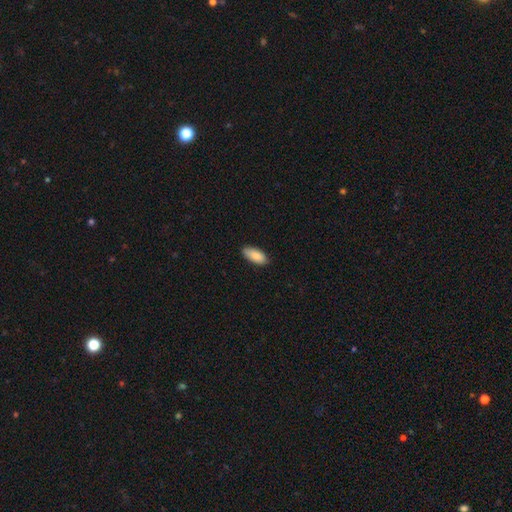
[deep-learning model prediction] Smooth or featured: smooth — 87% (featured or disk — 7%)
How rounded: in between — 89% (cigar-shaped — 9%)
Merging: none — 86% (minor disturbance — 11%)